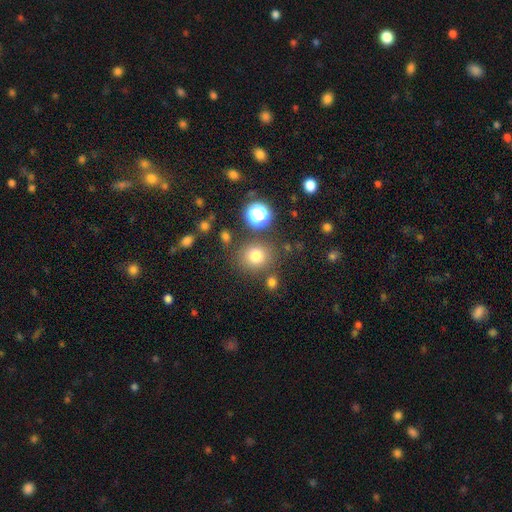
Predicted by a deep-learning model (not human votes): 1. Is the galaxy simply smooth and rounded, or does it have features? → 76% smooth, 16% star or artifact, 8% featured or disk.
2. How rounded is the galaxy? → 81% round, 18% in between, 1% cigar-shaped.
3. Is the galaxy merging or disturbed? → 79% none, 10% minor disturbance, 6% merger, 4% major disturbance.